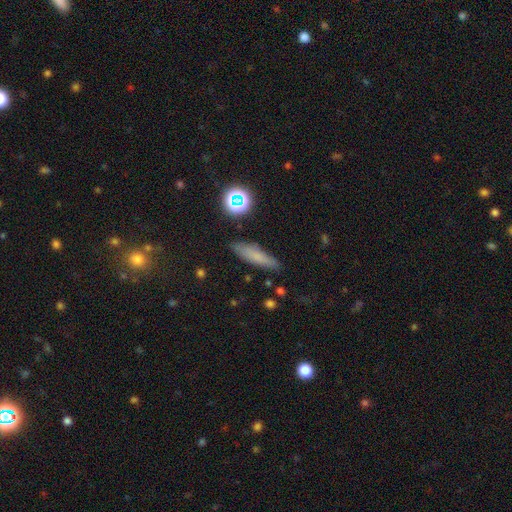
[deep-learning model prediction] smooth_or_featured: smooth (p=0.70) [alt: featured or disk p=0.16]
how_rounded: cigar-shaped (p=0.69) [alt: in between p=0.27]
merging: none (p=0.83) [alt: minor disturbance p=0.12]